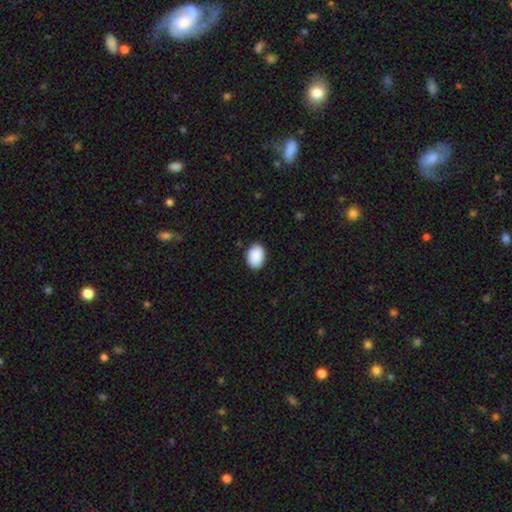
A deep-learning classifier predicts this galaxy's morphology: smooth-or-featured: smooth: 91% | star or artifact: 7% | featured or disk: 3%
  how-rounded: in between: 79% | round: 20% | cigar-shaped: 1%
  merging: none: 87% | minor disturbance: 10% | major disturbance: 2% | merger: 1%